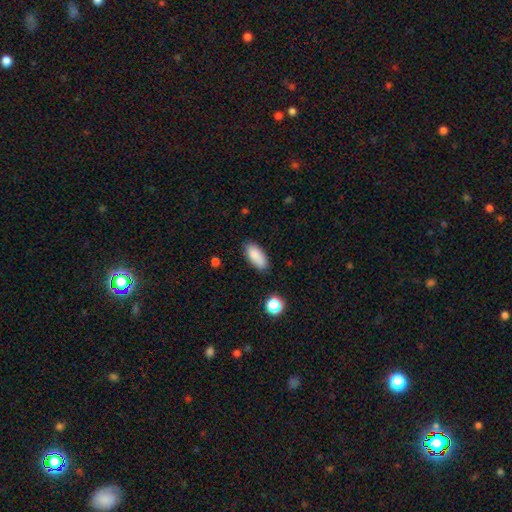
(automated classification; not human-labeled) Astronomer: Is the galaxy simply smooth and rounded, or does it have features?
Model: smooth — 87%.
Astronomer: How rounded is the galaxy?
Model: in between — 88%.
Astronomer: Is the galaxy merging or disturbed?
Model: none — 81%.